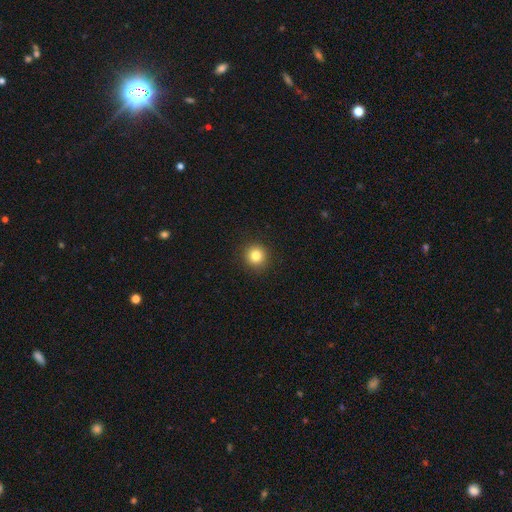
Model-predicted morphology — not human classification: A smooth galaxy with no disk features (82%) that is round (94%).

Vote fractions:
- Smooth or featured? smooth: 82% / star or artifact: 11% / featured or disk: 6%
- How rounded? round: 94% / in between: 5% / cigar-shaped: 1%
- Merging? none: 92% / minor disturbance: 5% / major disturbance: 2% / merger: 1%